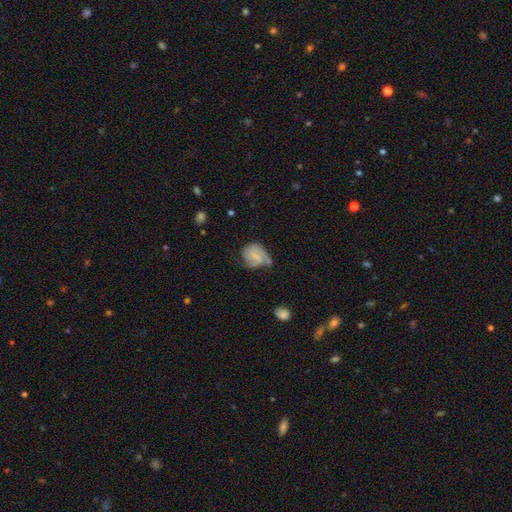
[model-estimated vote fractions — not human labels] Smooth or featured? featured or disk (59%)
Edge-on disk? no (98%)
Bar? no (49%)
Spiral arms? yes (87%)
Spiral winding? medium (41%)
Spiral arm count? 2 (47%)
Bulge size? small (50%)
Merging? none (41%)